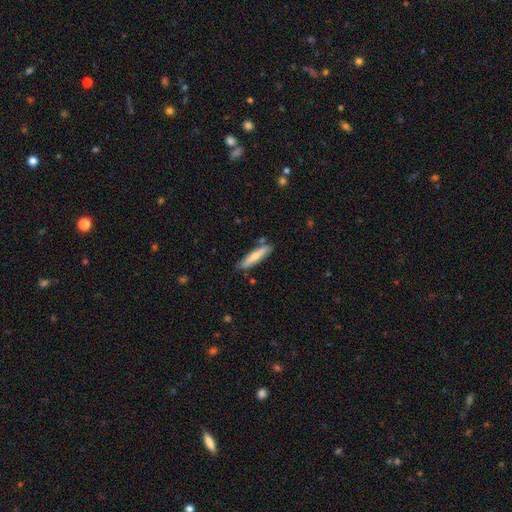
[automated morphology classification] Smooth or featured? smooth (62%)
How rounded? cigar-shaped (82%)
Merging? none (79%)